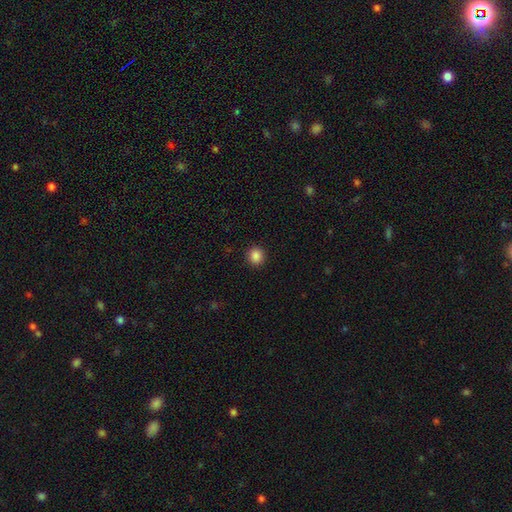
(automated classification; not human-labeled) Overall: smooth (87%). How rounded: round (87%). Merging: none (92%).